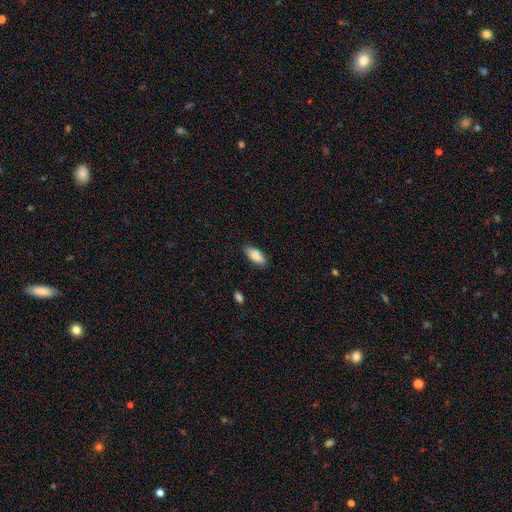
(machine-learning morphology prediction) Q: Smooth or featured?
A: smooth (86%); runner-up: featured or disk (7%)
Q: How rounded?
A: in between (84%); runner-up: cigar-shaped (14%)
Q: Merging?
A: none (82%); runner-up: minor disturbance (14%)